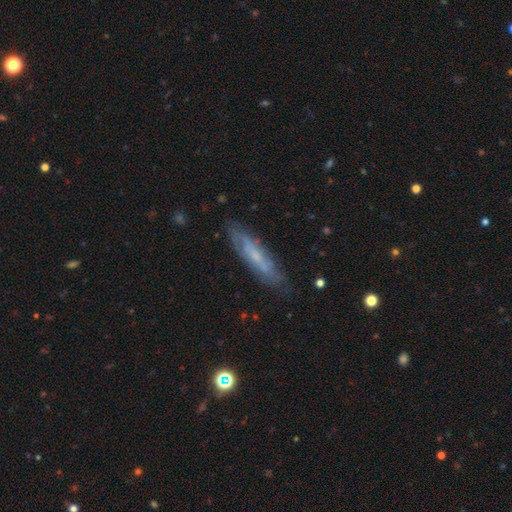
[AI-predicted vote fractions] The model was most divided on "edge-on disk": yes: 56%, no: 44%. More confident: merging — none (79%); smooth or featured — featured or disk (56%).